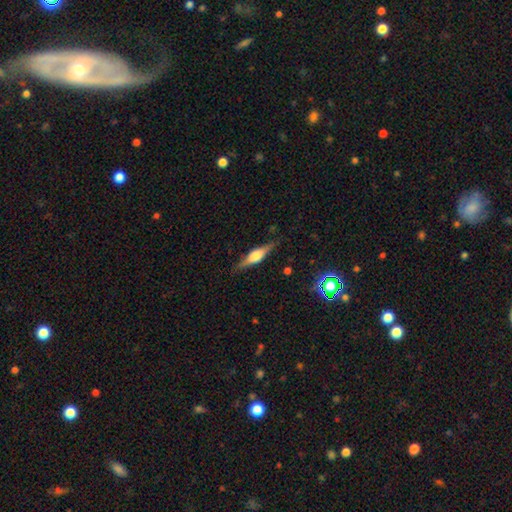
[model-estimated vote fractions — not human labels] Smooth or featured? Predicted: featured or disk (p=0.66). Edge-on disk? Predicted: yes (p=0.96). Edge-on bulge? Predicted: rounded (p=0.84). Merging? Predicted: none (p=0.86).